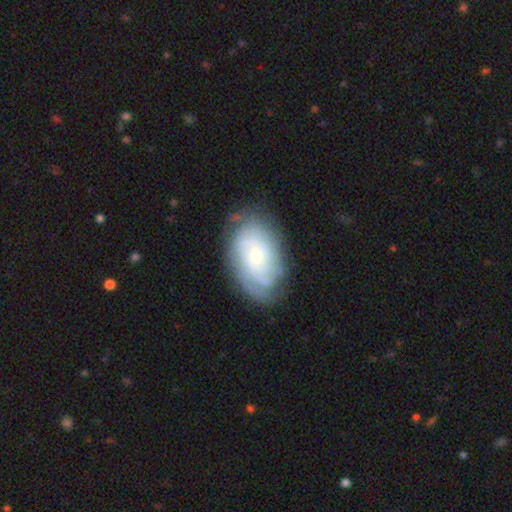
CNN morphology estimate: Smooth or featured?
  - featured or disk: 71% *
  - smooth: 23%
  - star or artifact: 6%
Edge-on disk?
  - no: 95% *
  - yes: 5%
Bar?
  - no: 75% *
  - weak: 21%
  - strong: 4%
Spiral arms?
  - yes: 87% *
  - no: 13%
Spiral winding?
  - tight: 66% *
  - medium: 25%
  - loose: 9%
Spiral arm count?
  - can't tell: 53% *
  - 2: 15%
  - 3: 12%
  - 4: 9%
  - more than 4: 5%
  - 1: 5%
Bulge size?
  - small: 57% *
  - moderate: 37%
  - large: 3%
  - none: 2%
  - dominant: 1%
Merging?
  - none: 72% *
  - minor disturbance: 19%
  - major disturbance: 7%
  - merger: 2%